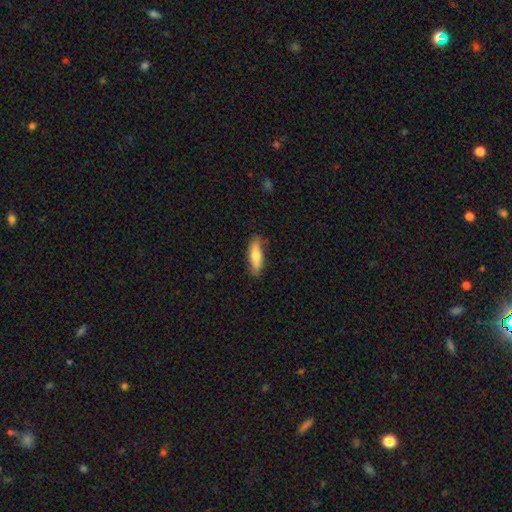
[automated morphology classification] This appears to be a smooth galaxy with no disk features (72%) that is cigar-shaped (52%). Merging: none (79%).